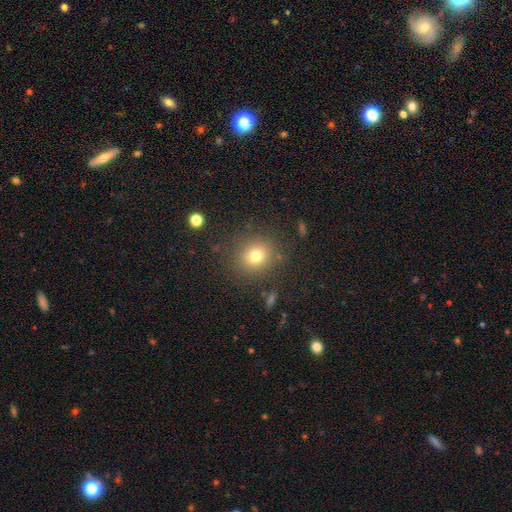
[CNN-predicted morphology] Smooth or featured: smooth — 75% (star or artifact — 15%)
How rounded: round — 86% (in between — 13%)
Merging: none — 86% (minor disturbance — 8%)